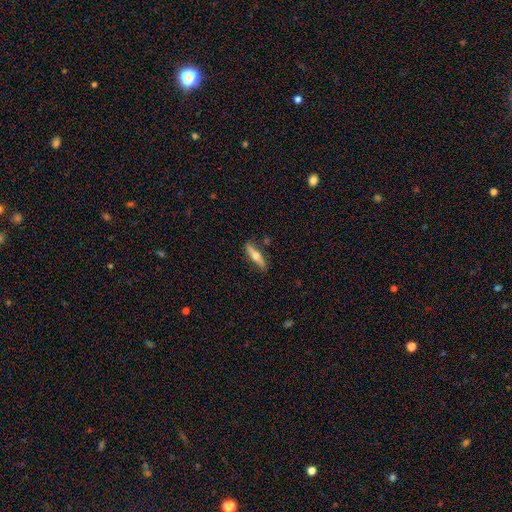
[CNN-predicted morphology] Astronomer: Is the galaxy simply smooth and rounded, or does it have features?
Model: featured or disk — 49% (runner-up: smooth, 46%).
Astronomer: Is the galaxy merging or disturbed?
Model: none — 83%.